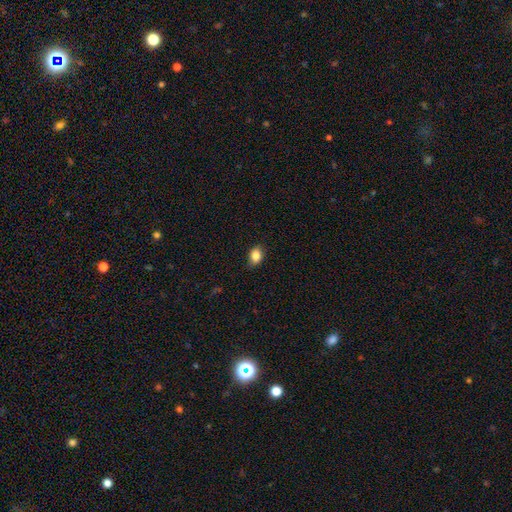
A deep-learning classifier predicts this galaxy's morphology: Smooth or featured?
  - smooth: 85% *
  - star or artifact: 9%
  - featured or disk: 6%
How rounded?
  - in between: 73% *
  - round: 25%
  - cigar-shaped: 1%
Merging?
  - none: 83% *
  - minor disturbance: 14%
  - major disturbance: 2%
  - merger: 1%